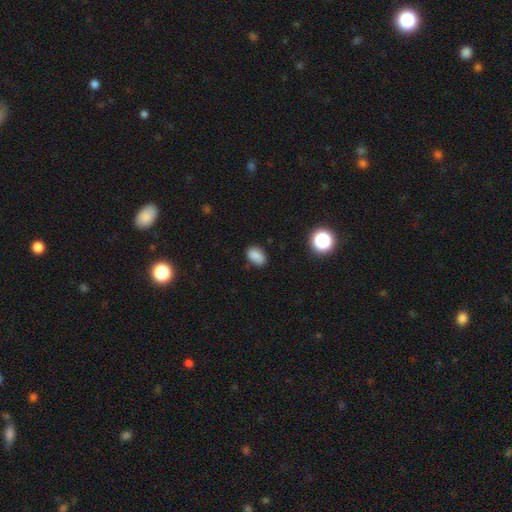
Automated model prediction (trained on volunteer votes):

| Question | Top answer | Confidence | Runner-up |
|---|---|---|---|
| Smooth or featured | smooth | 84% | star or artifact (11%) |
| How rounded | in between | 86% | round (13%) |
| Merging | none | 80% | minor disturbance (16%) |